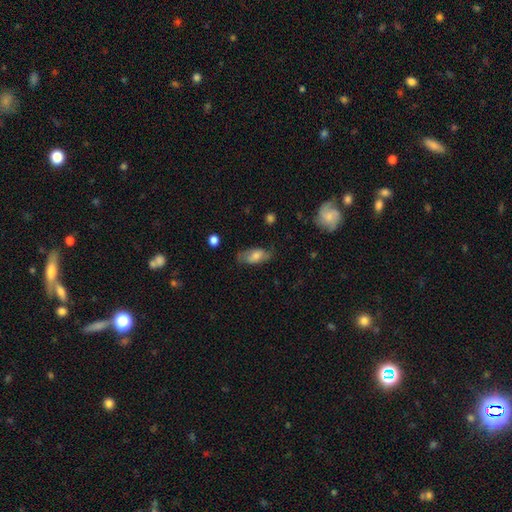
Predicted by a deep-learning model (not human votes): smooth 61%, featured or disk 32%, star or artifact 7%. Down the decision tree: how rounded — in between (85%); merging — none (66%).